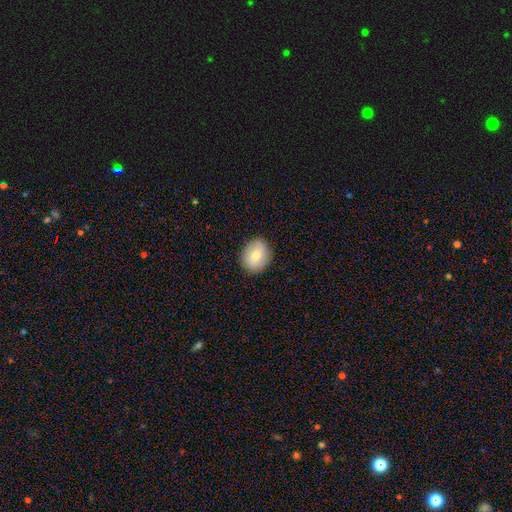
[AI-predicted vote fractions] Smooth or featured? smooth (74%)
How rounded? round (62%)
Merging? none (87%)